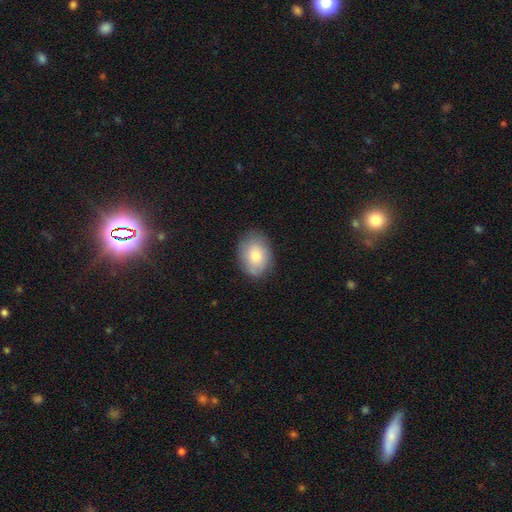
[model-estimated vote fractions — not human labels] Smooth or featured: smooth — 77% (featured or disk — 16%)
How rounded: in between — 75% (round — 24%)
Merging: none — 81% (minor disturbance — 15%)